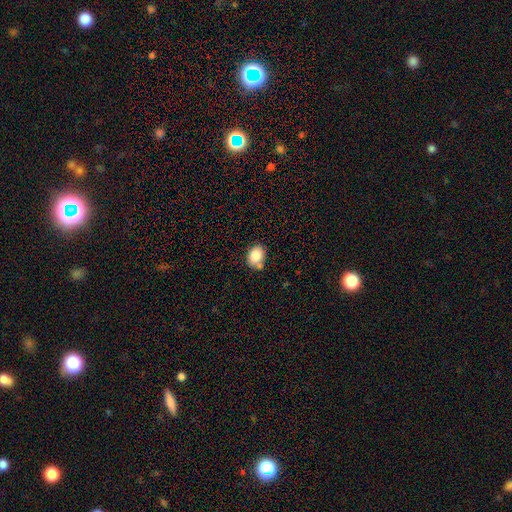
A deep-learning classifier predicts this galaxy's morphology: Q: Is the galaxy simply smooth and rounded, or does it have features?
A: smooth — 82%.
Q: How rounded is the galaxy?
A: in between — 60%.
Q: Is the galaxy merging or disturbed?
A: none — 65%.